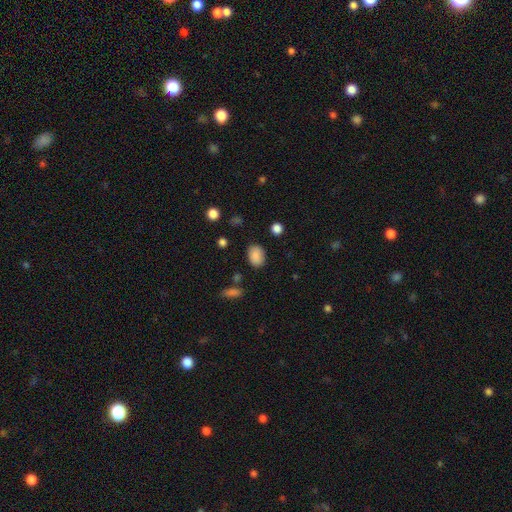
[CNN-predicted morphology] A smooth galaxy with no disk features (87%) that is in between round and cigar-shaped (76%). Merging: none (83%).